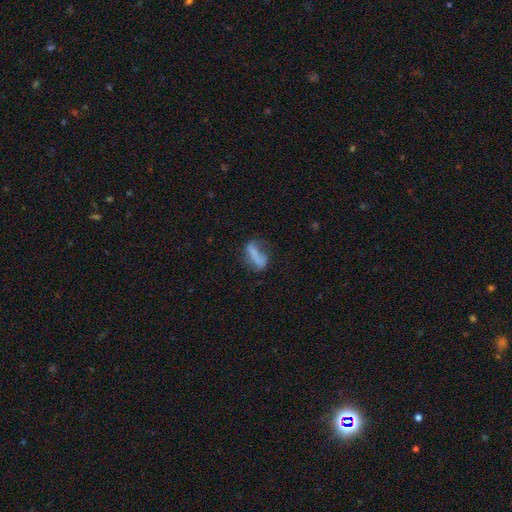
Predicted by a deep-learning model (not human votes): Overall: smooth (54%; featured or disk 35%). How rounded: in between (60%; cigar-shaped 33%). Merging: none (41%; major disturbance 28%).